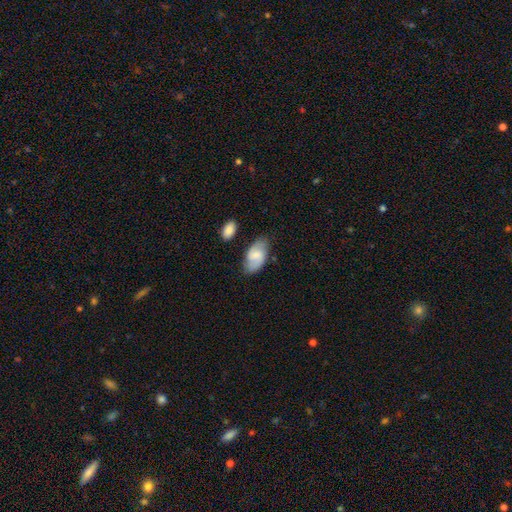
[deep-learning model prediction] This is possibly a smooth galaxy (49%). Merging: likely none (74%).